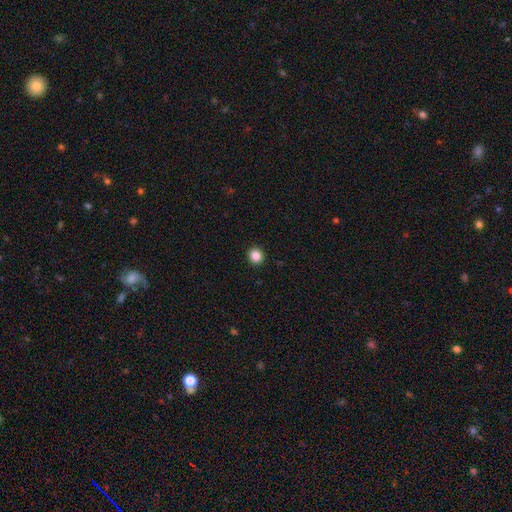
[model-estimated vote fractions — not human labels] smooth 86%, star or artifact 10%, featured or disk 3%. Down the decision tree: how rounded — round (89%); merging — none (93%).